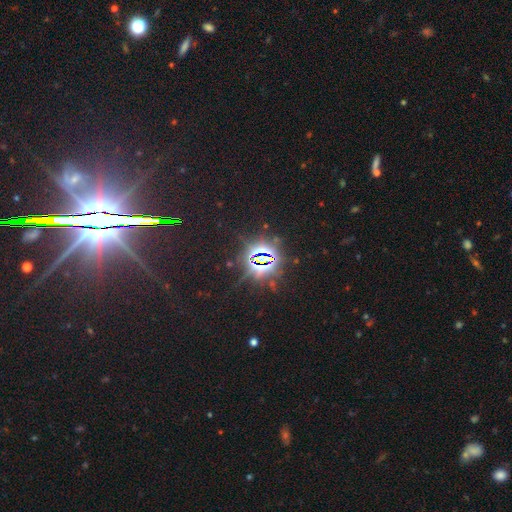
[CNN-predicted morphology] Overall: star or artifact (85%).